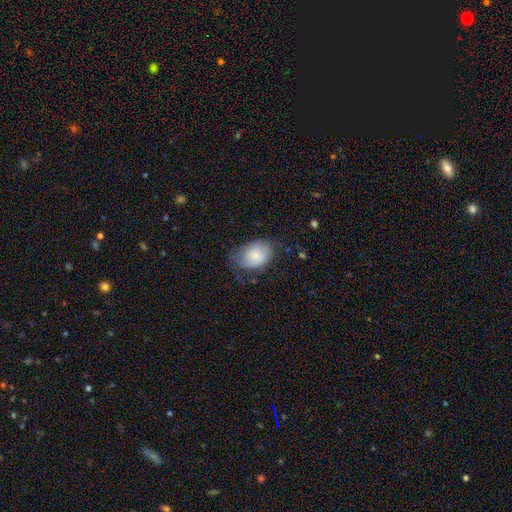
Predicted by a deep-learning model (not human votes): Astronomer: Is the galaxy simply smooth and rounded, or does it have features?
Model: smooth — 65%.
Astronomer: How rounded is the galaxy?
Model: in between — 78%.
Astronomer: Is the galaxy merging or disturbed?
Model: none — 51% (runner-up: minor disturbance, 33%).